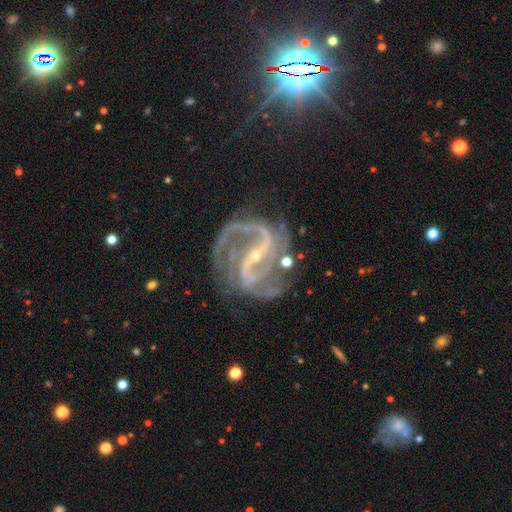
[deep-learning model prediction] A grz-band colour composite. It shows a featured or disk galaxy (93%) with a strong bar (65%), 2 (70%) medium (58%) spiral arms (98%) and a small central bulge (83%). Merging: none (65%).